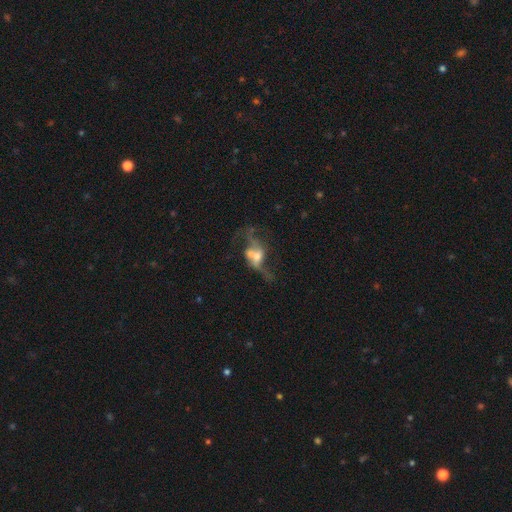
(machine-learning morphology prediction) smooth-or-featured: featured or disk: 64% | smooth: 24% | star or artifact: 12%
  disk-edge-on: no: 89% | yes: 11%
    bar: no: 65% | weak: 25% | strong: 10%
    has-spiral-arms: no: 54% | yes: 46%
    bulge-size: moderate: 44% | small: 27% | large: 14% | none: 12% | dominant: 3%
  merging: major disturbance: 35% | merger: 28% | none: 25% | minor disturbance: 12%